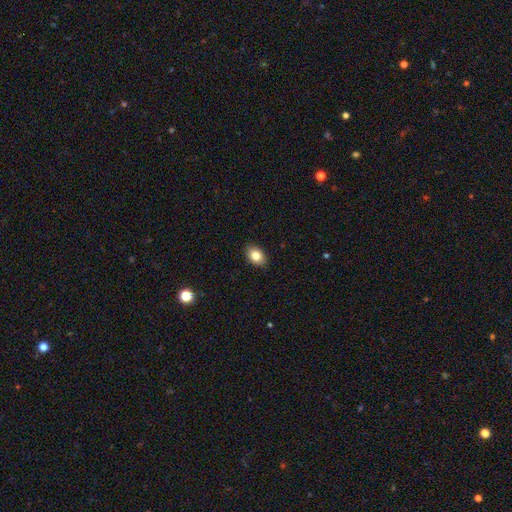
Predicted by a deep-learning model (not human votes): smooth_or_featured: smooth (p=0.82) [alt: featured or disk p=0.09]
how_rounded: in between (p=0.80) [alt: round p=0.19]
merging: none (p=0.89) [alt: minor disturbance p=0.08]